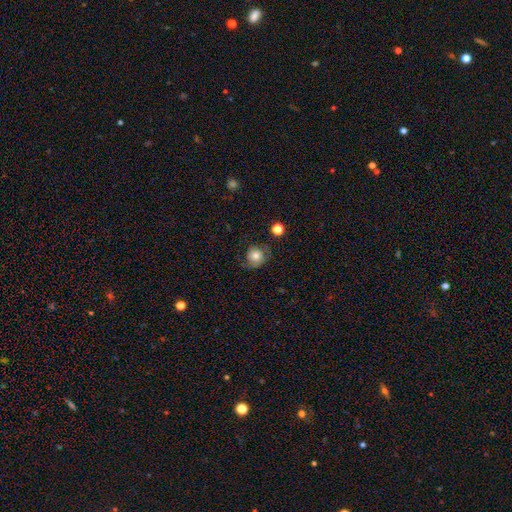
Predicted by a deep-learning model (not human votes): Overall: smooth (62%; featured or disk 28%). How rounded: round (81%). Merging: none (62%; minor disturbance 23%).